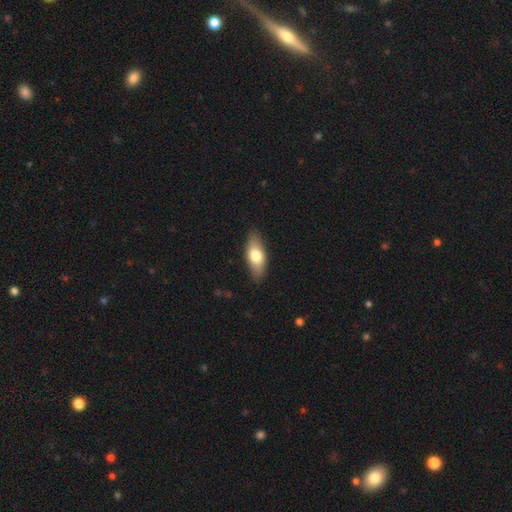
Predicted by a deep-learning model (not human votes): This appears to be a smooth galaxy with no disk features (70%) that is in between round and cigar-shaped (78%). Merging: none (86%).